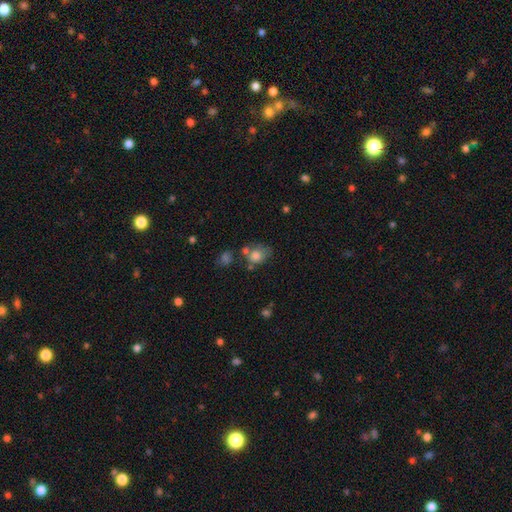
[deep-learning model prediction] smooth-or-featured: smooth: 76% | featured or disk: 14% | star or artifact: 11%
  how-rounded: in between: 53% | round: 46% | cigar-shaped: 1%
  merging: none: 41% | merger: 24% | minor disturbance: 22% | major disturbance: 12%